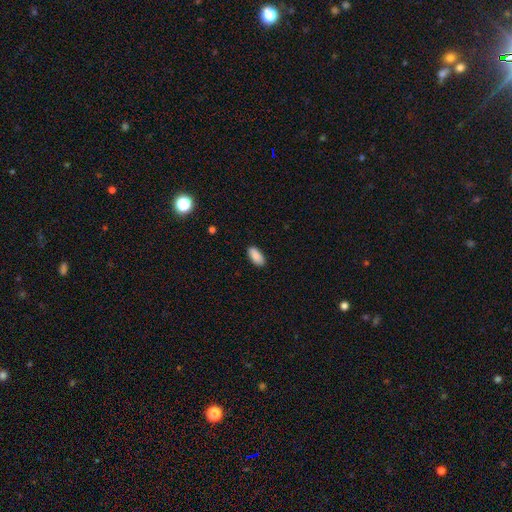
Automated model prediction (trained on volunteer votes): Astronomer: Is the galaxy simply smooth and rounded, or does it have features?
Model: smooth — 89%.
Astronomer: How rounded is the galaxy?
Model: in between — 92%.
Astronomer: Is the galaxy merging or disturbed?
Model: none — 89%.